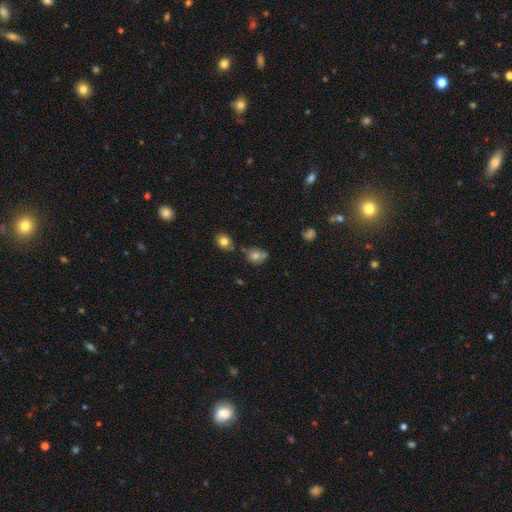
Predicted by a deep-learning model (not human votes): Smooth or featured: smooth — 72% (featured or disk — 14%)
How rounded: round — 59% (in between — 40%)
Merging: none — 55% (minor disturbance — 26%)